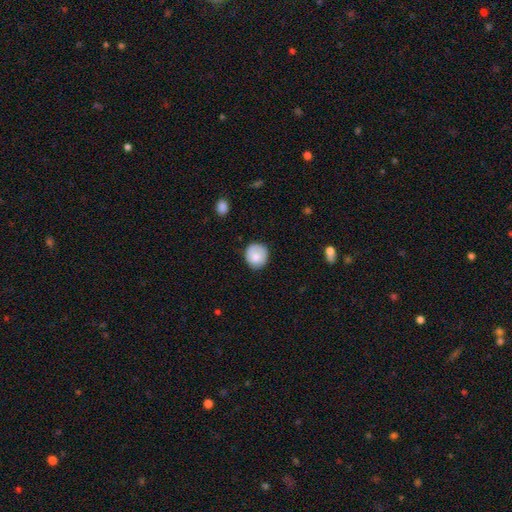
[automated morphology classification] A smooth galaxy with no disk features (81%) that is round (84%). Merging: none (77%).